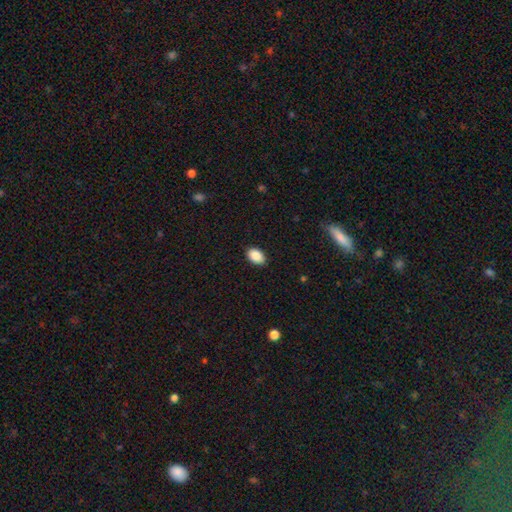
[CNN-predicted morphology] Overall: smooth (89%). How rounded: in between (87%). Merging: none (89%).